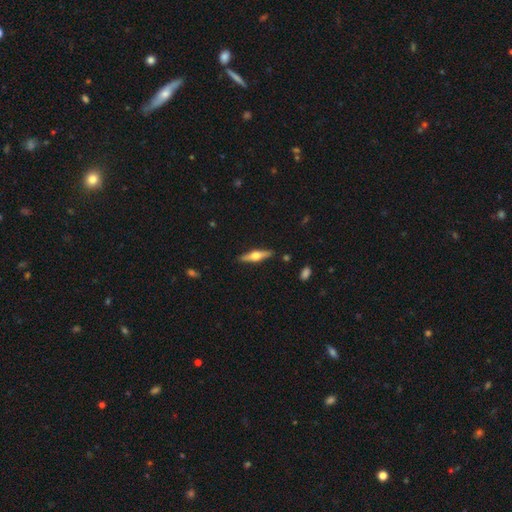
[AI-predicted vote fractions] featured or disk 67%, smooth 28%, star or artifact 5%. Down the decision tree: edge-on disk — yes (97%); edge-on bulge — rounded (95%); merging — none (89%).